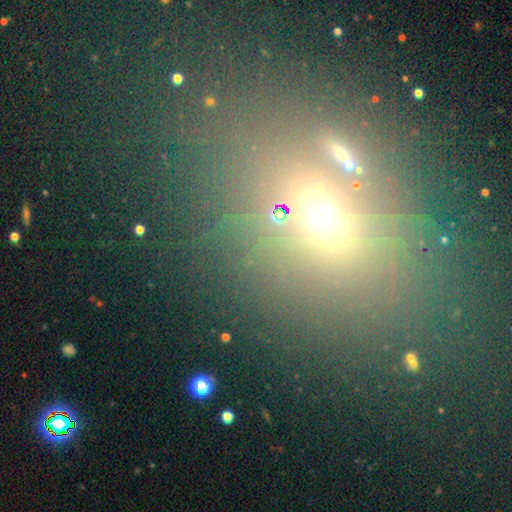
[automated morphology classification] type=smooth (46%); merging=none (70%).